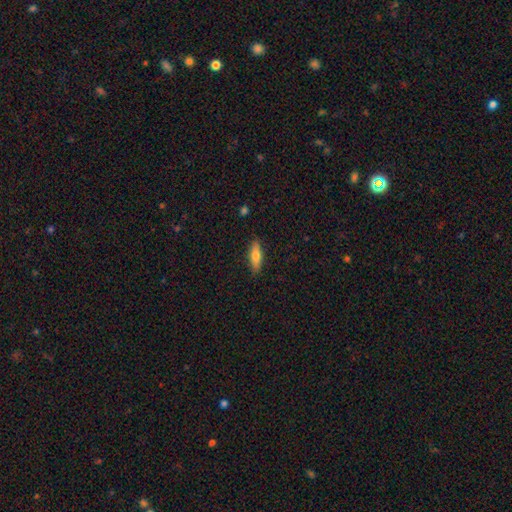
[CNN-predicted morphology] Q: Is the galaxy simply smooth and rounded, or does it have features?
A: smooth — 70%.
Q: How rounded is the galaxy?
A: in between — 49%, tied with cigar-shaped.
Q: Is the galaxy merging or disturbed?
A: none — 88%.